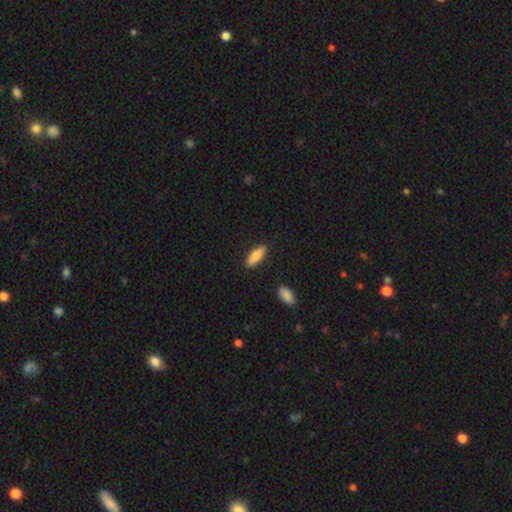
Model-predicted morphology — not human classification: A smooth galaxy with no disk features (76%) that is in between round and cigar-shaped (59%). Merging: none (88%).